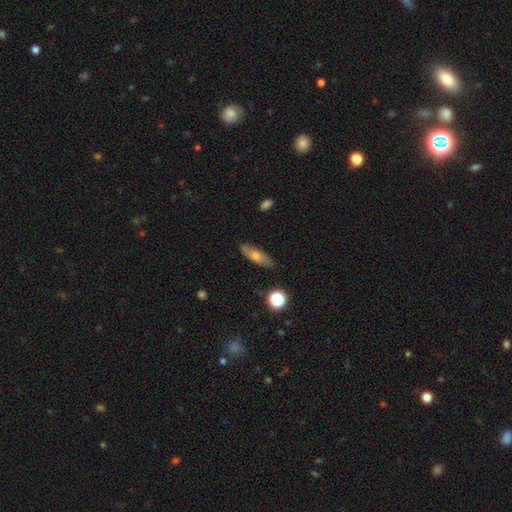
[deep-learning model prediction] A smooth galaxy with no disk features (56%) that is cigar-shaped (49%). Merging: none (83%).